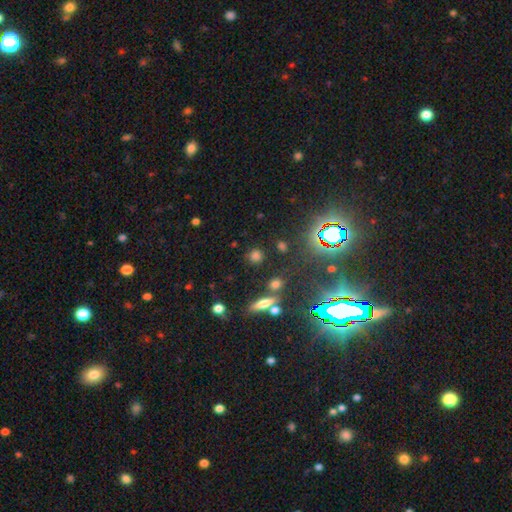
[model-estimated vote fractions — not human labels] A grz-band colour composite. It shows a smooth galaxy with no disk features (70%) that is round (84%). Merging: none (82%).